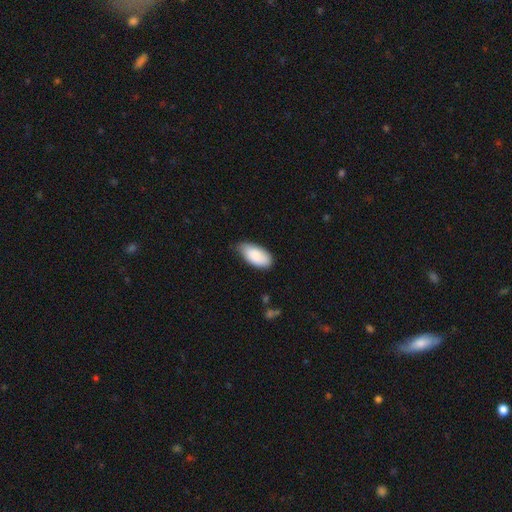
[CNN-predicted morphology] The model was most divided on "merging": none: 64%, minor disturbance: 31%, major disturbance: 4%, merger: 1%. More confident: how rounded — in between (94%); smooth or featured — smooth (86%).